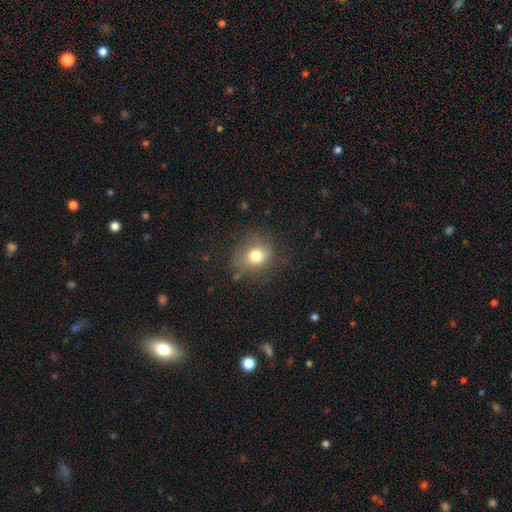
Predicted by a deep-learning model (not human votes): smooth_or_featured: smooth (p=0.76) [alt: featured or disk p=0.13]
how_rounded: round (p=0.57) [alt: in between p=0.42]
merging: none (p=0.71) [alt: minor disturbance p=0.19]